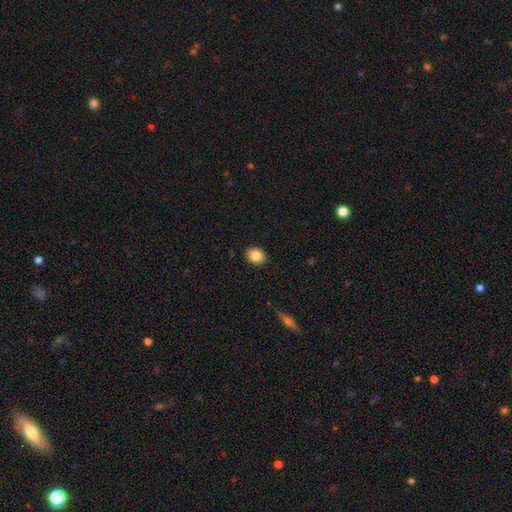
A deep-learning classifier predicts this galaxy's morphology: type=smooth (86%); roundness=in between (58%); merging=none (90%).